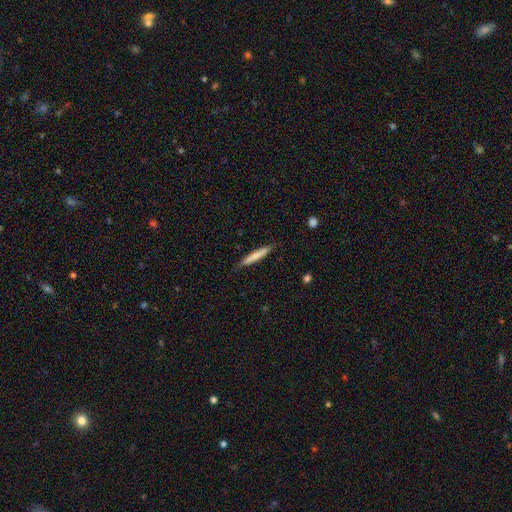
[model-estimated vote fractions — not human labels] Q: Smooth or featured?
A: smooth (70%); runner-up: featured or disk (25%)
Q: How rounded?
A: cigar-shaped (95%); runner-up: in between (4%)
Q: Merging?
A: none (84%); runner-up: minor disturbance (12%)